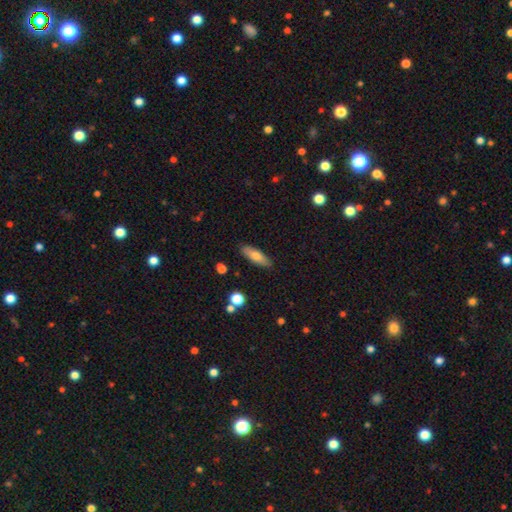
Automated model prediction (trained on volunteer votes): Smooth or featured?
  - smooth: 73% *
  - featured or disk: 20%
  - star or artifact: 7%
How rounded?
  - in between: 55% *
  - cigar-shaped: 42%
  - round: 2%
Merging?
  - none: 87% *
  - minor disturbance: 9%
  - major disturbance: 2%
  - merger: 2%